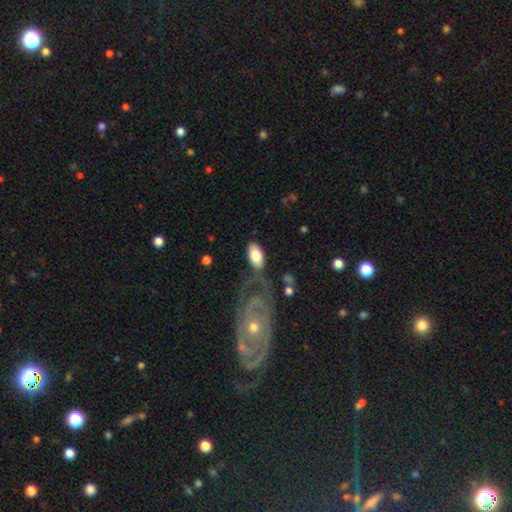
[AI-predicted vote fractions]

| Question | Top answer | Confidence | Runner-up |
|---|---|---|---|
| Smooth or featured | smooth | 77% | featured or disk (17%) |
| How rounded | in between | 93% | round (4%) |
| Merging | none | 63% | minor disturbance (19%) |